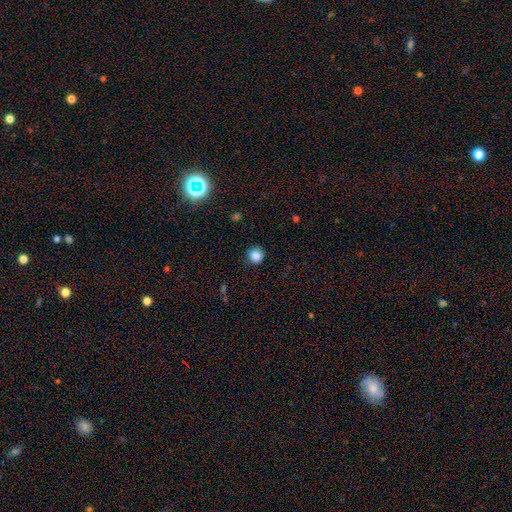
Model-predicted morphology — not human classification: Q: Smooth or featured?
A: smooth (84%); runner-up: star or artifact (11%)
Q: How rounded?
A: round (91%); runner-up: in between (8%)
Q: Merging?
A: none (86%); runner-up: minor disturbance (10%)